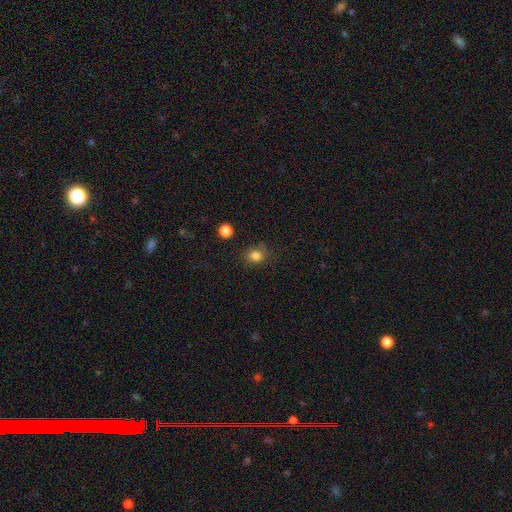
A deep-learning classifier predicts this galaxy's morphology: Smooth or featured? Predicted: smooth (p=0.81). How rounded? Predicted: round (p=0.67). Merging? Predicted: none (p=0.72).